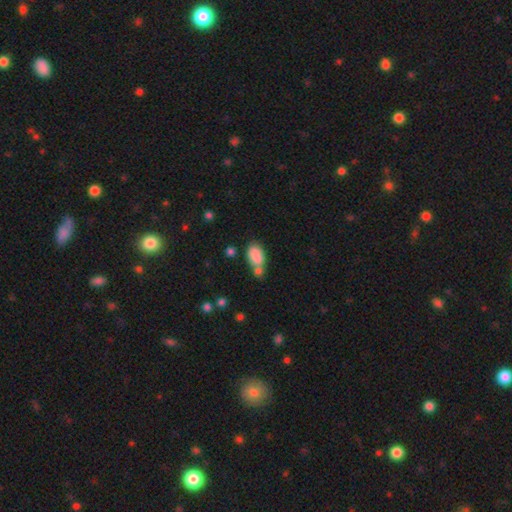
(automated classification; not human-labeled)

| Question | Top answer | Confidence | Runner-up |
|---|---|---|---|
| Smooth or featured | smooth | 84% | star or artifact (8%) |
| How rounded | in between | 90% | round (8%) |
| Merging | merger | 41% | none (39%) |